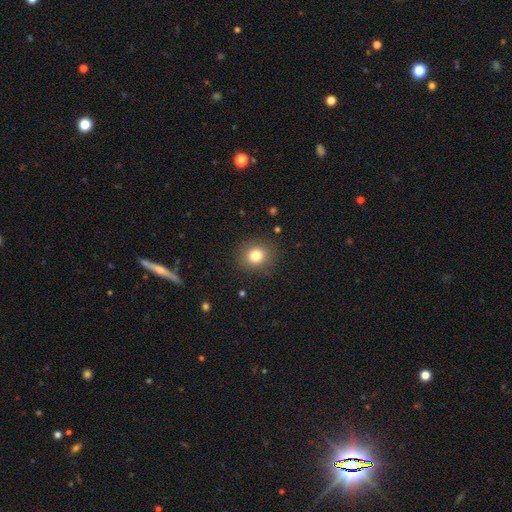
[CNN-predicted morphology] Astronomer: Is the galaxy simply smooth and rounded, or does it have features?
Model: smooth — 81%.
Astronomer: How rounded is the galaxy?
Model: round — 81%.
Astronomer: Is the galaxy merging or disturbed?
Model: none — 87%.